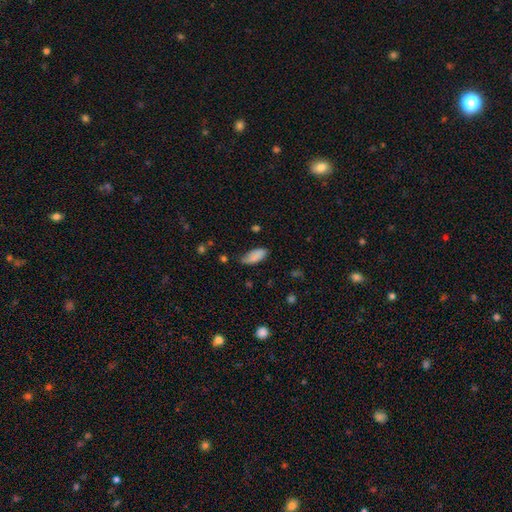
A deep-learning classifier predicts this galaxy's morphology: Smooth or featured: smooth — 86% (featured or disk — 7%)
How rounded: in between — 85% (cigar-shaped — 13%)
Merging: none — 61% (minor disturbance — 31%)